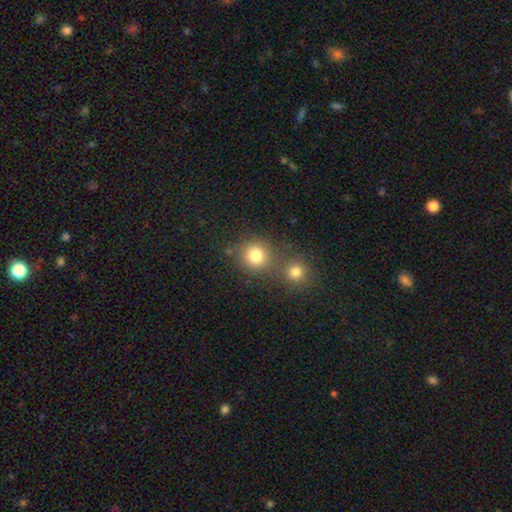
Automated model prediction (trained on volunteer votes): smooth-or-featured: smooth: 80% | star or artifact: 13% | featured or disk: 7%
  how-rounded: round: 89% | in between: 10% | cigar-shaped: 1%
  merging: none: 58% | merger: 31% | minor disturbance: 7% | major disturbance: 3%